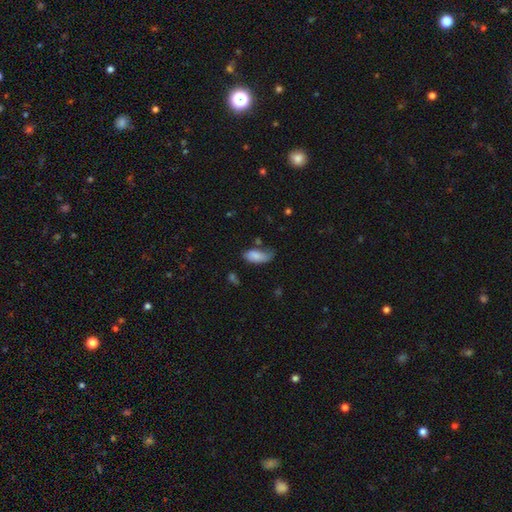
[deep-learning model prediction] The model was most divided on "merging": none: 47%, minor disturbance: 35%, major disturbance: 12%, merger: 5%. More confident: how rounded — in between (87%); smooth or featured — smooth (83%).